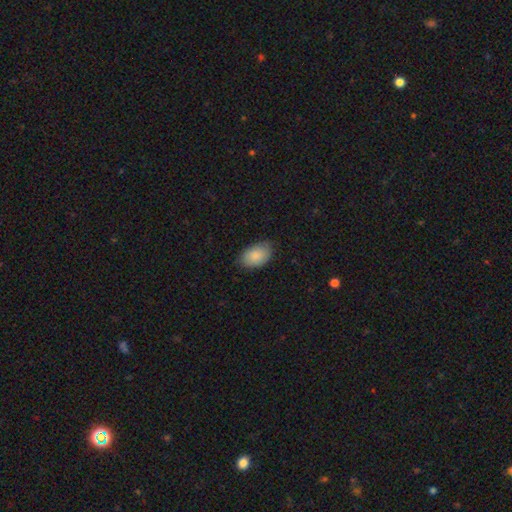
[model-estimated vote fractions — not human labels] A smooth galaxy with no disk features (87%) that is in between round and cigar-shaped (91%).

Vote fractions:
- Smooth or featured? smooth: 87% / featured or disk: 7% / star or artifact: 6%
- How rounded? in between: 91% / round: 8% / cigar-shaped: 1%
- Merging? none: 75% / minor disturbance: 21% / major disturbance: 3% / merger: 1%